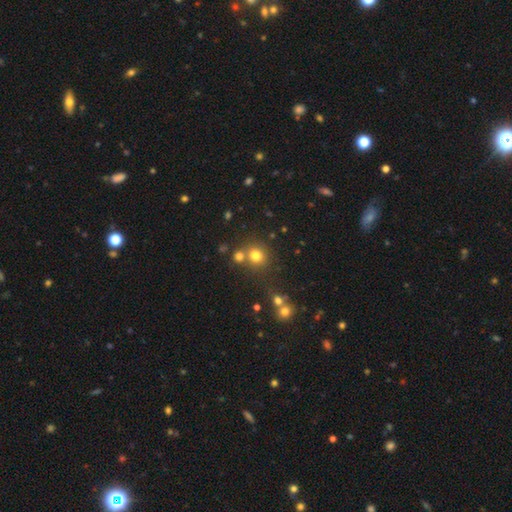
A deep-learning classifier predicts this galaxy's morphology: The model was most divided on "merging": none: 67%, merger: 21%, minor disturbance: 8%, major disturbance: 4%. More confident: how rounded — round (87%); smooth or featured — smooth (75%).